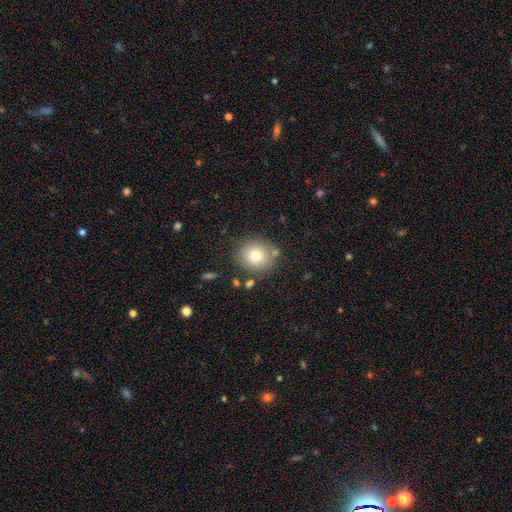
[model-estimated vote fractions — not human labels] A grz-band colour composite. It shows a smooth galaxy with no disk features (77%) that is round (84%). Merging: none (80%).